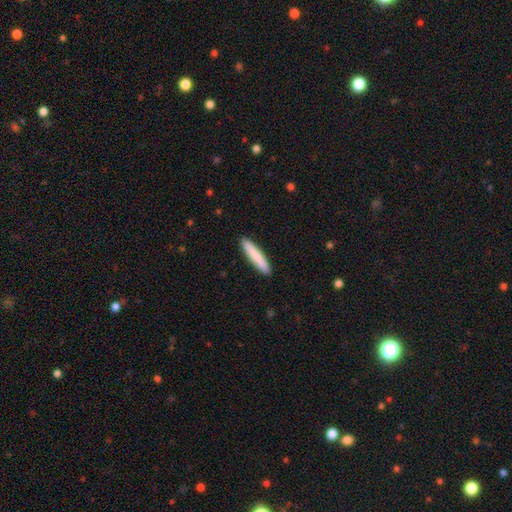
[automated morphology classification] Smooth or featured? Predicted: smooth (p=0.81). How rounded? Predicted: cigar-shaped (p=0.93). Merging? Predicted: none (p=0.91).